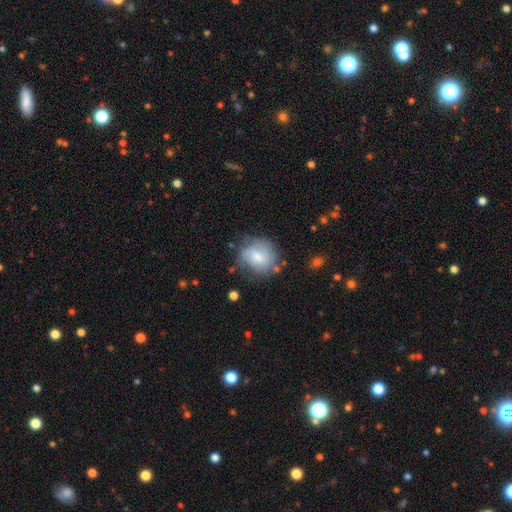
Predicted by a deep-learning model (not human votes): smooth-or-featured: smooth: 58% | featured or disk: 34% | star or artifact: 8%
  how-rounded: round: 75% | in between: 24% | cigar-shaped: 1%
  merging: none: 62% | minor disturbance: 24% | major disturbance: 10% | merger: 3%